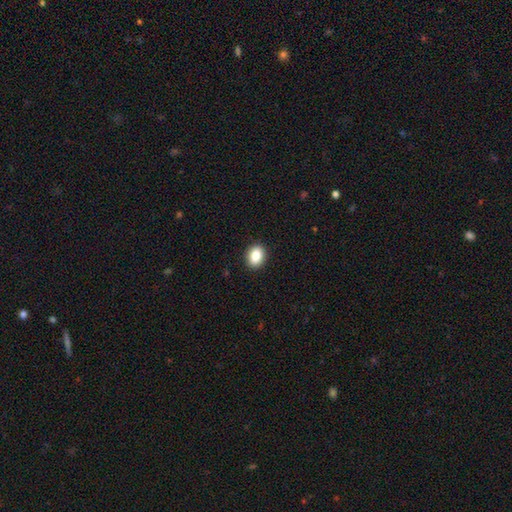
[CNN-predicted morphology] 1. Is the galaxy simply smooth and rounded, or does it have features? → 86% smooth, 8% star or artifact, 5% featured or disk.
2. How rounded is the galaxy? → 61% in between, 38% round, 1% cigar-shaped.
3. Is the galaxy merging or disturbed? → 91% none, 6% minor disturbance, 2% major disturbance, 1% merger.